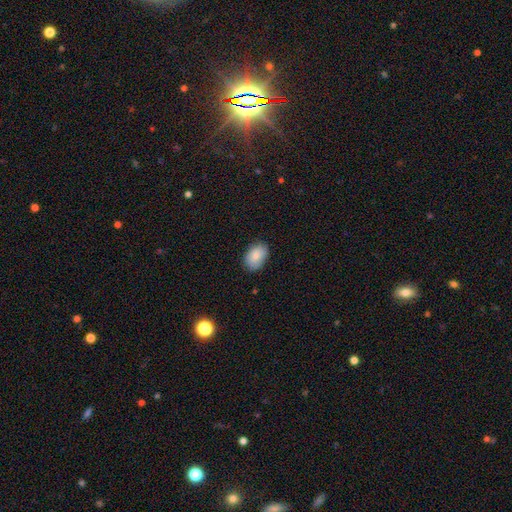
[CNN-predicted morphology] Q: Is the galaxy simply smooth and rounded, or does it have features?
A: smooth — 86%.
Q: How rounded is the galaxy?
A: in between — 85%.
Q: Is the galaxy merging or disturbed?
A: none — 83%.